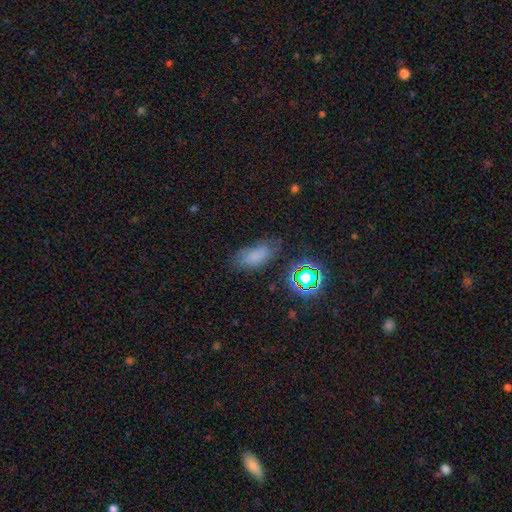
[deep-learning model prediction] The model was most divided on "merging": none: 66%, minor disturbance: 23%, major disturbance: 8%, merger: 3%. More confident: how rounded — in between (83%); smooth or featured — smooth (69%).